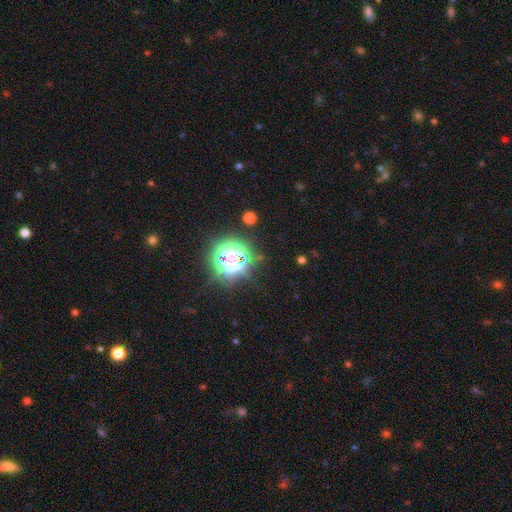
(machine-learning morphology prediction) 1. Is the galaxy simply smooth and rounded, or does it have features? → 83% star or artifact, 12% smooth, 5% featured or disk.